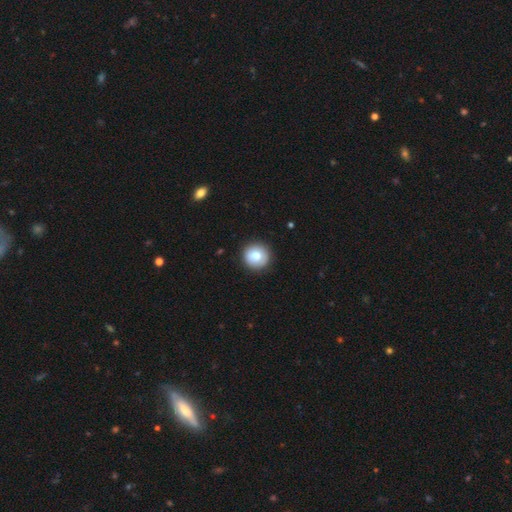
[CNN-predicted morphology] Smooth or featured? Predicted: smooth (p=0.81). How rounded? Predicted: round (p=0.94). Merging? Predicted: none (p=0.90).